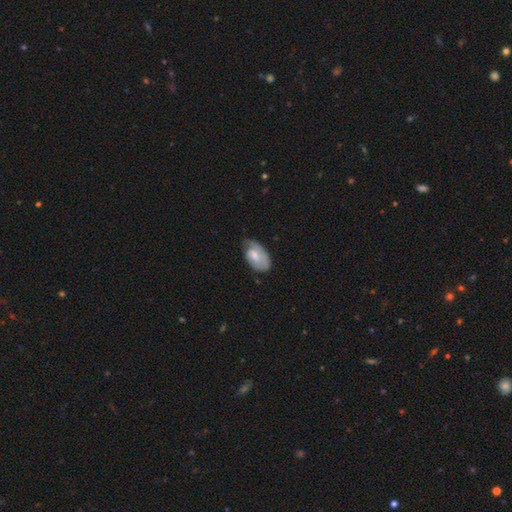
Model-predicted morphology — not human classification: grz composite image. It shows a smooth galaxy with no disk features (52%) that is in between round and cigar-shaped (92%). Merging: none (46%).